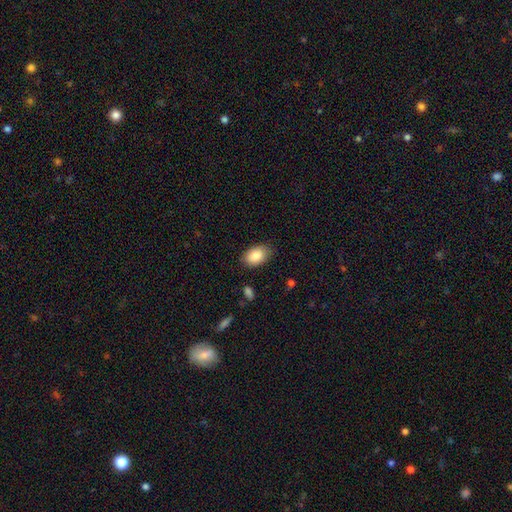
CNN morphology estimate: Smooth or featured?
  - smooth: 86% *
  - star or artifact: 7%
  - featured or disk: 7%
How rounded?
  - in between: 90% *
  - round: 9%
  - cigar-shaped: 1%
Merging?
  - none: 83% *
  - minor disturbance: 13%
  - major disturbance: 3%
  - merger: 1%